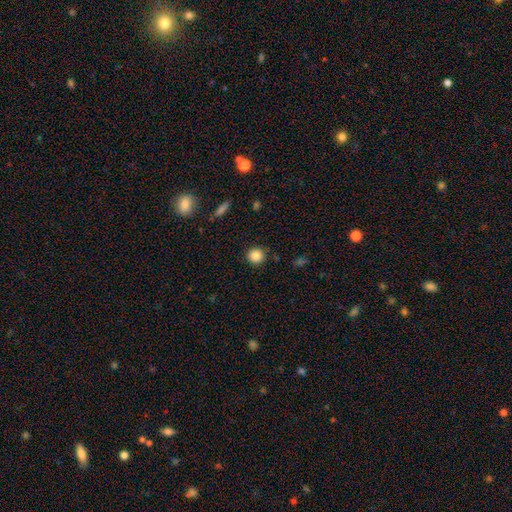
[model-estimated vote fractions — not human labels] Morphology: type=smooth (86%); roundness=round (94%); merging=none (90%).